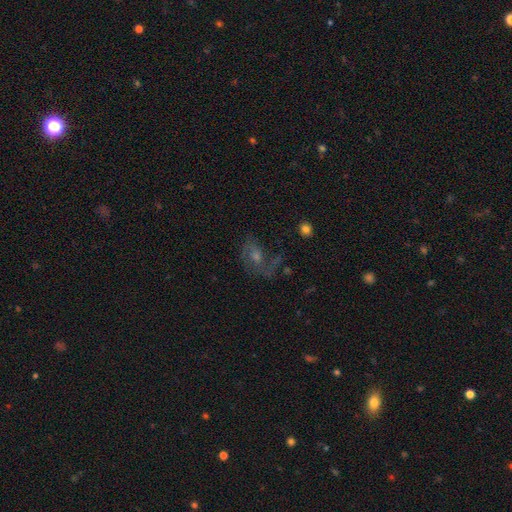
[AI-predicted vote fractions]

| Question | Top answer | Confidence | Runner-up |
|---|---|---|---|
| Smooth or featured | featured or disk | 59% | smooth (21%) |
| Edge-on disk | no | 96% | yes (4%) |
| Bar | no | 65% | weak (29%) |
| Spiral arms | yes | 79% | no (21%) |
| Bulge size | moderate | 53% | small (31%) |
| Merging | none | 54% | major disturbance (24%) |